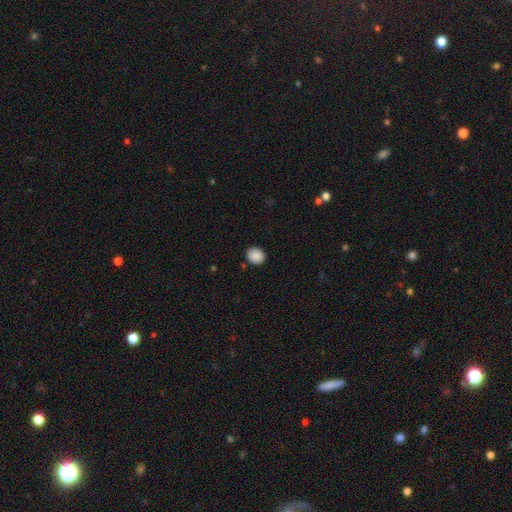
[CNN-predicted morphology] A smooth galaxy with no disk features (89%) that is round (65%). Merging: none (88%).